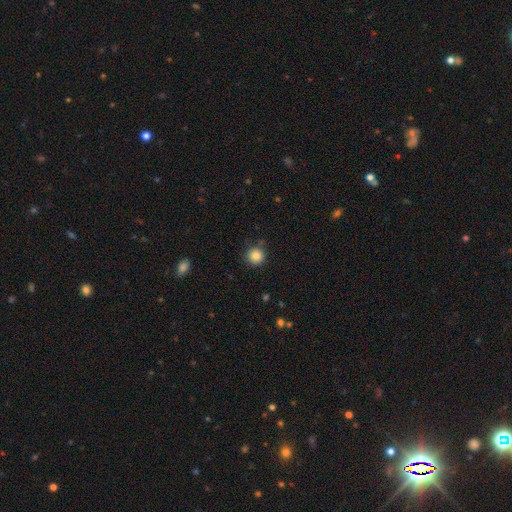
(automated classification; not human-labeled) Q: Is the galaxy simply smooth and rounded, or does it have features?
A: smooth — 84%.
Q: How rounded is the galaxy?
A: round — 94%.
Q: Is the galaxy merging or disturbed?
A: none — 85%.